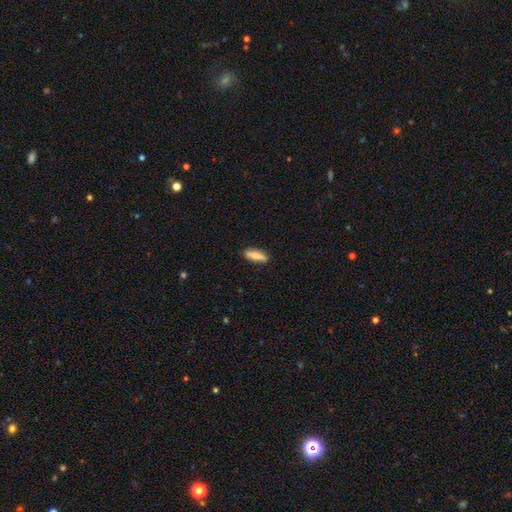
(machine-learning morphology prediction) Q: Smooth or featured?
A: smooth (79%); runner-up: featured or disk (15%)
Q: How rounded?
A: cigar-shaped (49%); runner-up: in between (48%)
Q: Merging?
A: none (86%); runner-up: minor disturbance (11%)